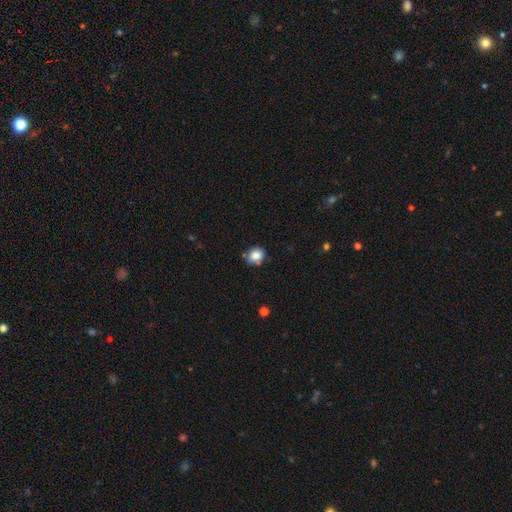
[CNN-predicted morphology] Overall: smooth (84%). How rounded: round (77%). Merging: none (71%).